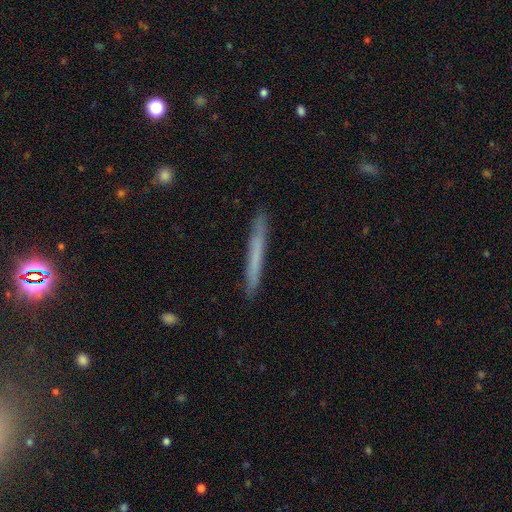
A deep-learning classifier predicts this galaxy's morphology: Smooth or featured? smooth (63%)
How rounded? cigar-shaped (97%)
Merging? none (91%)